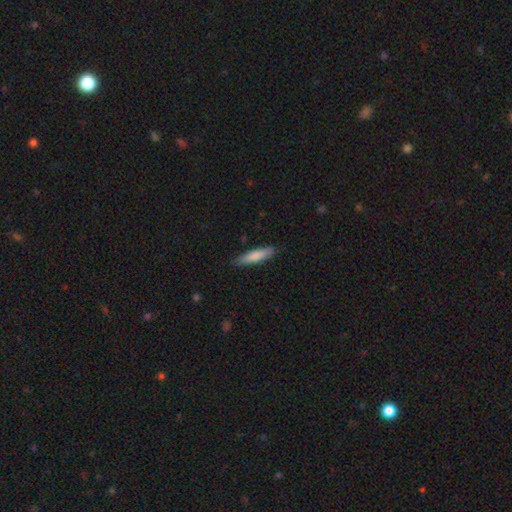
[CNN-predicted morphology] A smooth galaxy with no disk features (80%) that is cigar-shaped (80%).

Vote fractions:
- Smooth or featured? smooth: 80% / featured or disk: 14% / star or artifact: 5%
- How rounded? cigar-shaped: 80% / in between: 19% / round: 1%
- Merging? none: 84% / minor disturbance: 13% / major disturbance: 2% / merger: 1%